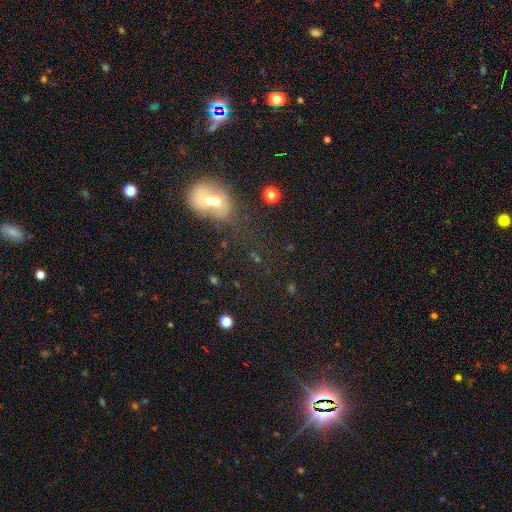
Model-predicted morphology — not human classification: smooth-or-featured: smooth: 38% | star or artifact: 35% | featured or disk: 26%
  merging: none: 43% | merger: 27% | minor disturbance: 16% | major disturbance: 15%